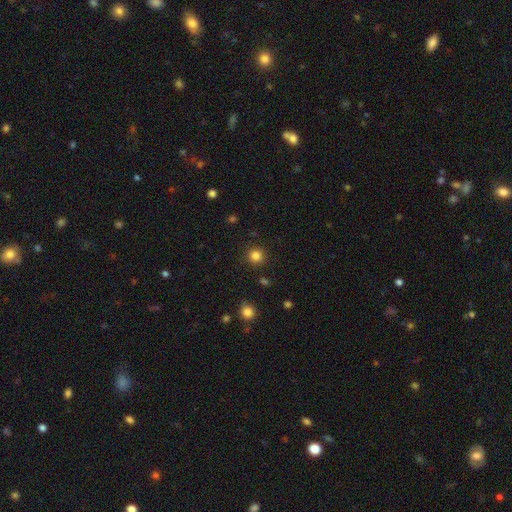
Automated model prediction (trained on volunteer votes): Smooth or featured? Predicted: smooth (p=0.83). How rounded? Predicted: round (p=0.94). Merging? Predicted: none (p=0.90).